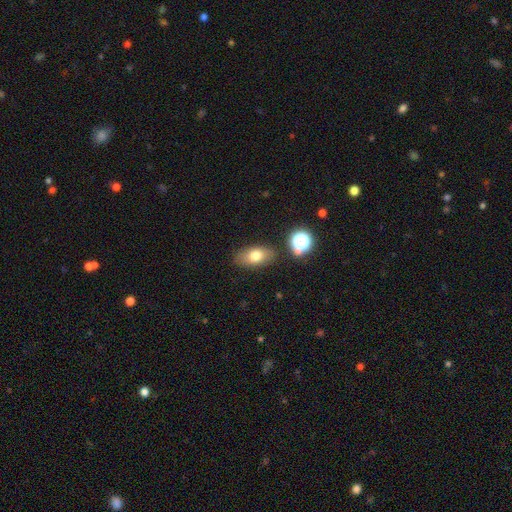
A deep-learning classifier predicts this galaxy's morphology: A smooth galaxy with no disk features (74%) that is in between round and cigar-shaped (85%).

Vote fractions:
- Smooth or featured? smooth: 74% / featured or disk: 15% / star or artifact: 10%
- How rounded? in between: 85% / round: 10% / cigar-shaped: 5%
- Merging? none: 82% / minor disturbance: 12% / merger: 4% / major disturbance: 3%